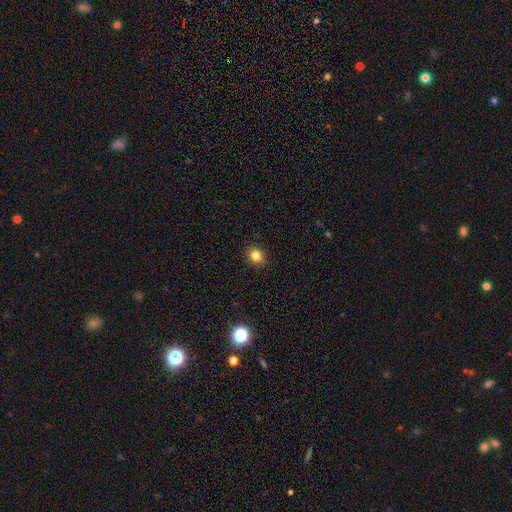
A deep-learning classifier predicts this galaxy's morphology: Smooth or featured? smooth (82%)
How rounded? round (75%)
Merging? none (91%)